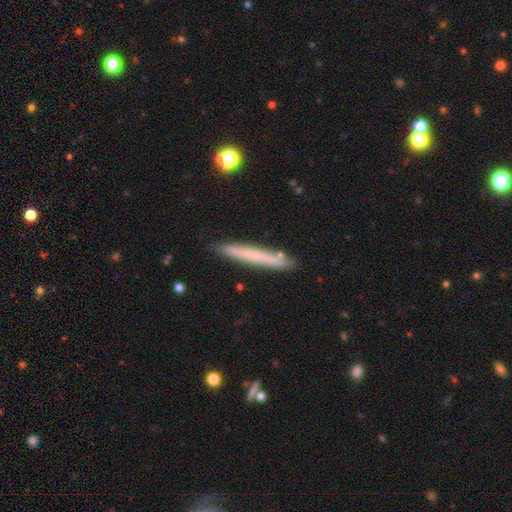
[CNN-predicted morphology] Smooth or featured? Predicted: smooth (p=0.56). How rounded? Predicted: cigar-shaped (p=0.97). Merging? Predicted: none (p=0.86).